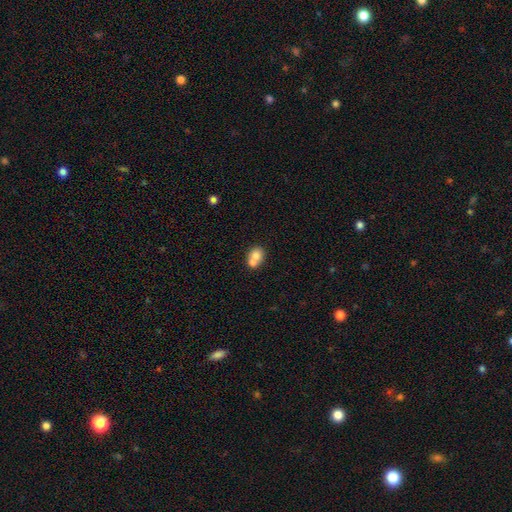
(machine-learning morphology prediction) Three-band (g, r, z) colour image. It shows a smooth galaxy with no disk features (72%) that is round (64%). Merging: merger (56%).